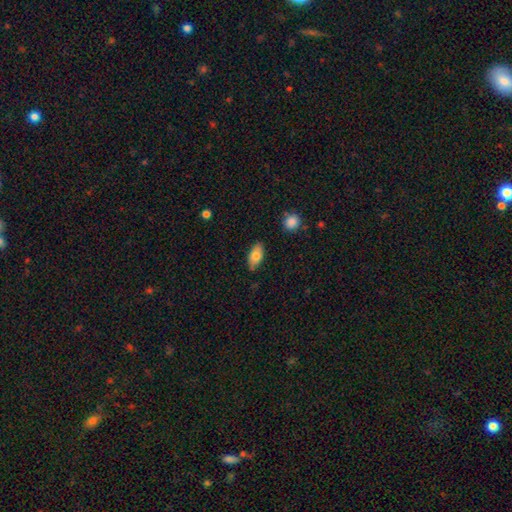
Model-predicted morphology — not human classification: Q: Smooth or featured?
A: smooth (78%); runner-up: featured or disk (15%)
Q: How rounded?
A: in between (90%); runner-up: cigar-shaped (6%)
Q: Merging?
A: none (83%); runner-up: minor disturbance (13%)